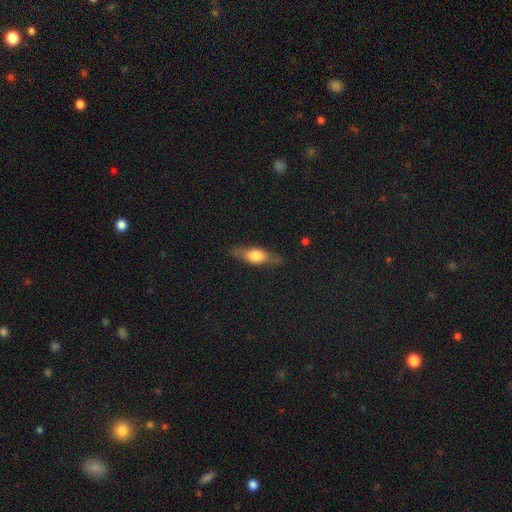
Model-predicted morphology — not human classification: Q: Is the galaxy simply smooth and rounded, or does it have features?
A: smooth — 58%.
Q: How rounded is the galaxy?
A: in between — 59%.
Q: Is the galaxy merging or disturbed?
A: none — 79%.